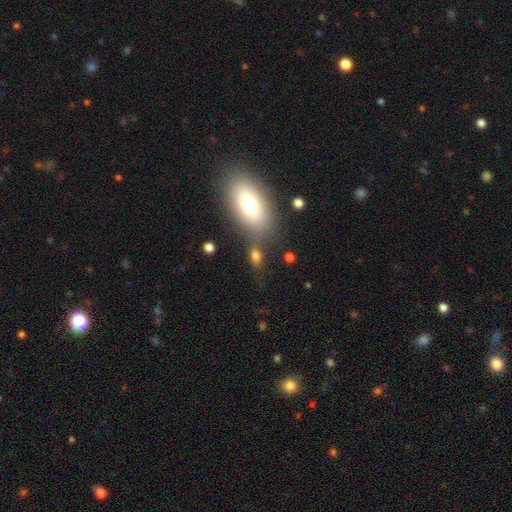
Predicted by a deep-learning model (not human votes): Smooth or featured? smooth (75%)
How rounded? in between (77%)
Merging? none (61%)